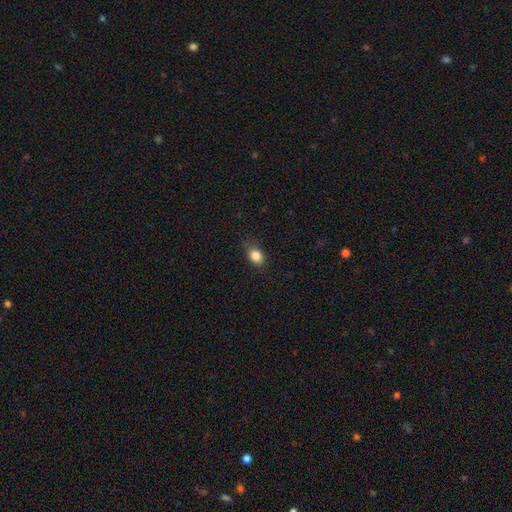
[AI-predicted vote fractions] A smooth galaxy with no disk features (84%) that is in between round and cigar-shaped (69%). Merging: none (79%).